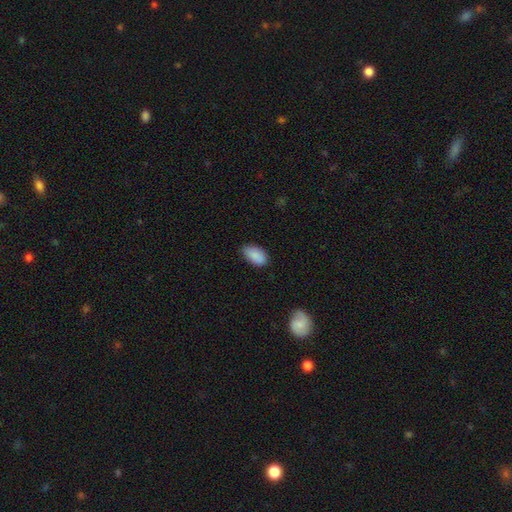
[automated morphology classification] This is clearly a smooth galaxy (88%). How rounded: clearly in between (94%). Merging: likely none (78%).